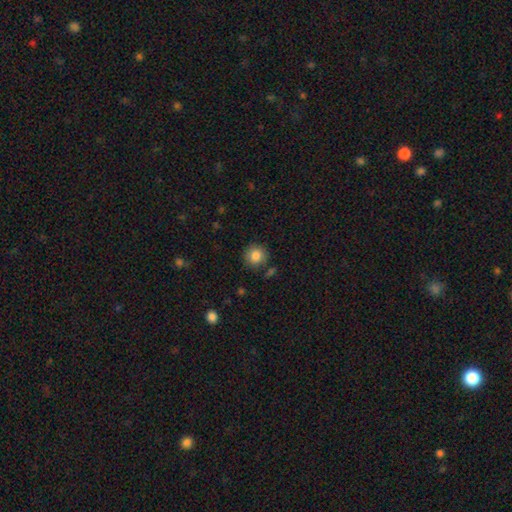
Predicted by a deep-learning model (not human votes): Smooth or featured: smooth — 84% (star or artifact — 9%)
How rounded: round — 91% (in between — 8%)
Merging: none — 85% (minor disturbance — 9%)